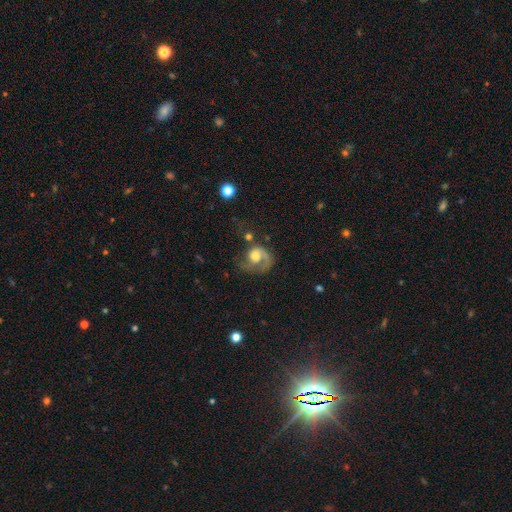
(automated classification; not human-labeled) smooth-or-featured: featured or disk: 64% | smooth: 28% | star or artifact: 8%
  disk-edge-on: no: 98% | yes: 2%
    bar: no: 77% | weak: 20% | strong: 3%
    has-spiral-arms: yes: 88% | no: 12%
      spiral-winding: medium: 38% | loose: 35% | tight: 27%
      spiral-arm-count: 1: 77% | 2: 14% | can't tell: 6% | 3: 2% | 4: 1% | more than 4: 1%
    bulge-size: moderate: 54% | large: 23% | small: 16% | none: 4% | dominant: 3%
  merging: none: 38% | major disturbance: 37% | minor disturbance: 19% | merger: 6%